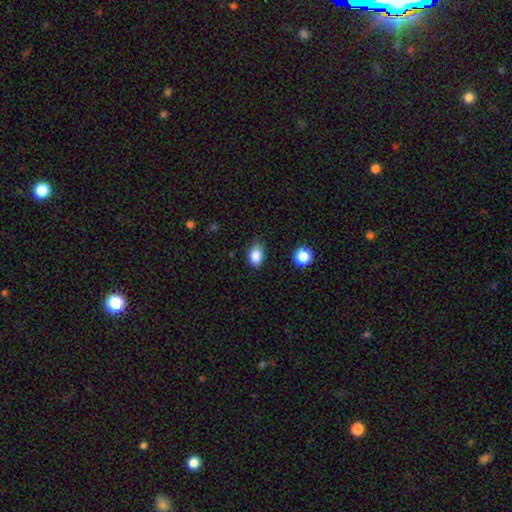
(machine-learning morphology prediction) This appears to be a smooth galaxy with no disk features (86%) that is in between round and cigar-shaped (80%). Merging: none (74%).